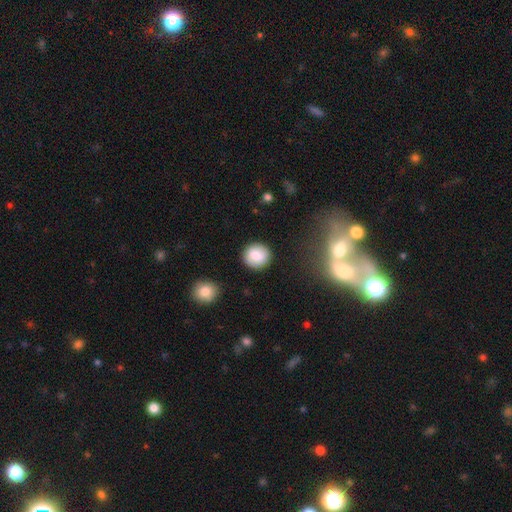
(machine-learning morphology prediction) A smooth galaxy with no disk features (81%) that is round (91%). Merging: none (89%).